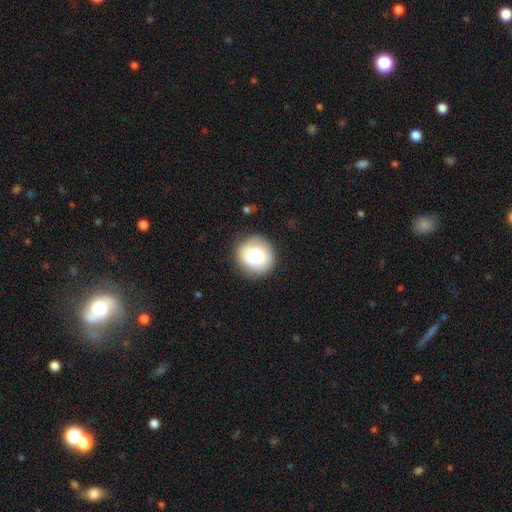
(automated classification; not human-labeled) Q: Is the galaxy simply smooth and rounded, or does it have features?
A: smooth — 73%.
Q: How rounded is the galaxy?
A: round — 89%.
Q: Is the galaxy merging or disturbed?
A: none — 83%.